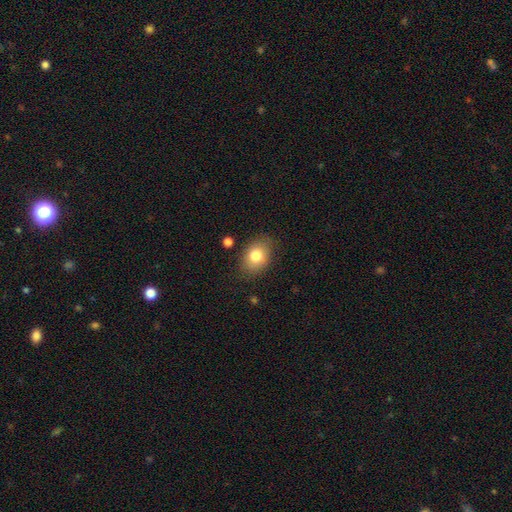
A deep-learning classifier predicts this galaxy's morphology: A smooth galaxy with no disk features (80%) that is in between round and cigar-shaped (72%).

Vote fractions:
- Smooth or featured? smooth: 80% / featured or disk: 12% / star or artifact: 9%
- How rounded? in between: 72% / round: 26% / cigar-shaped: 1%
- Merging? none: 82% / minor disturbance: 13% / major disturbance: 3% / merger: 2%